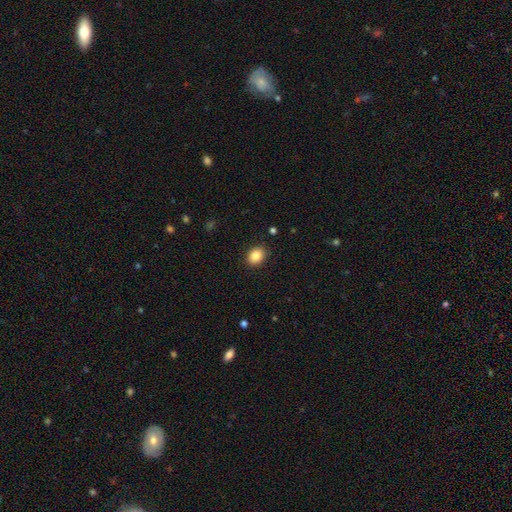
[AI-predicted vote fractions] Morphology: type=smooth (86%); roundness=in between (52%); merging=none (89%).